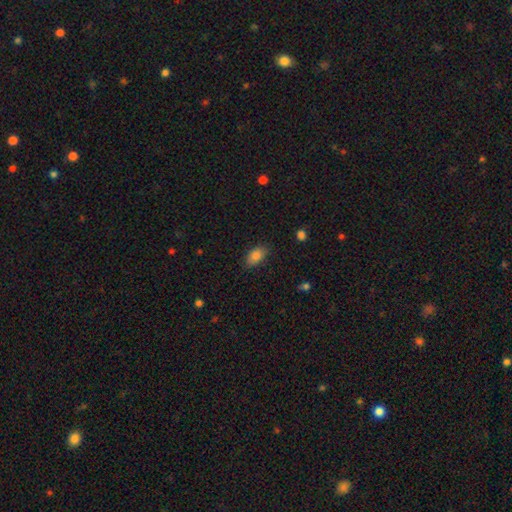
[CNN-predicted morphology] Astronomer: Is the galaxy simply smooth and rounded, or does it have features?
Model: smooth — 86%.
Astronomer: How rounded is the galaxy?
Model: in between — 90%.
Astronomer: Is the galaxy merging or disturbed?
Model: none — 81%.